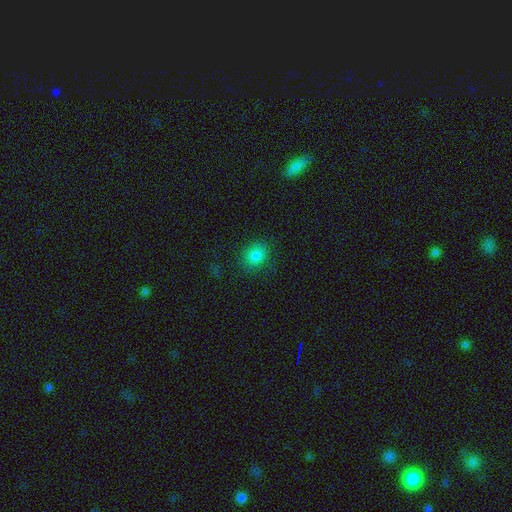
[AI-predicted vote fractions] smooth 83%, star or artifact 12%, featured or disk 5%. Down the decision tree: how rounded — round (53%); merging — none (82%).